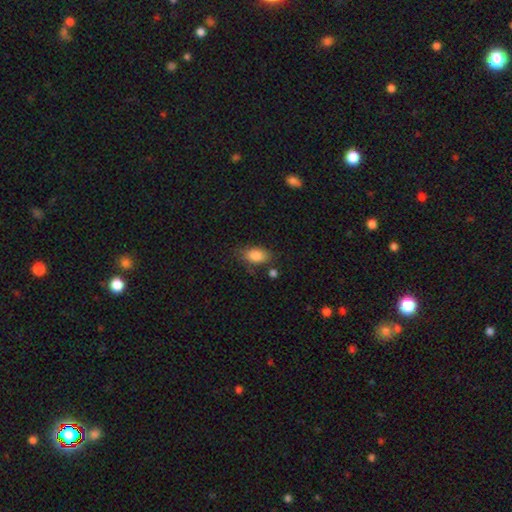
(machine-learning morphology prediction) A smooth galaxy with no disk features (84%) that is in between round and cigar-shaped (89%).

Vote fractions:
- Smooth or featured? smooth: 84% / featured or disk: 8% / star or artifact: 8%
- How rounded? in between: 89% / round: 8% / cigar-shaped: 3%
- Merging? none: 67% / minor disturbance: 21% / major disturbance: 6% / merger: 6%